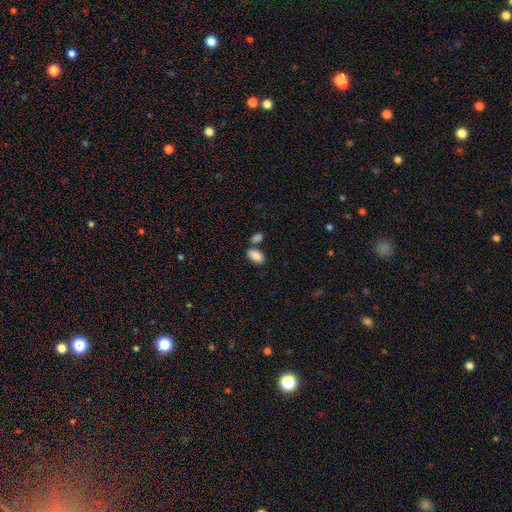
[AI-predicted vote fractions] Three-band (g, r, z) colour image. It shows a smooth galaxy with no disk features (88%) that is in between round and cigar-shaped (93%). Merging: none (61%).